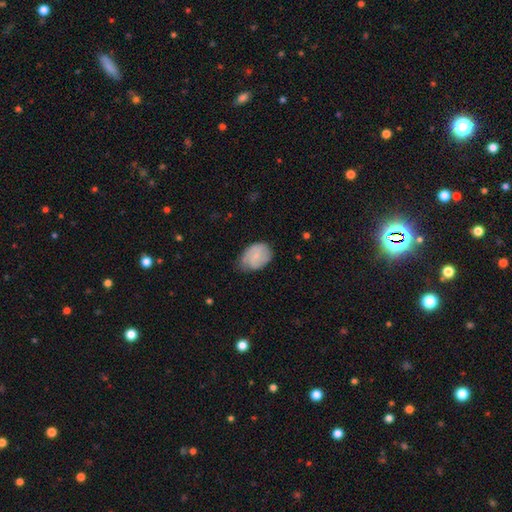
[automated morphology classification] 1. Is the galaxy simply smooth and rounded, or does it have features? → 59% smooth, 35% featured or disk, 7% star or artifact.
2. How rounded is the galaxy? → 73% in between, 26% round, 1% cigar-shaped.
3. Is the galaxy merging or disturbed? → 54% none, 36% minor disturbance, 8% major disturbance, 1% merger.